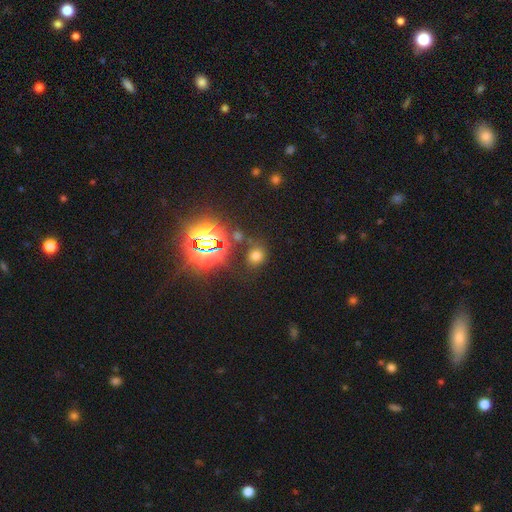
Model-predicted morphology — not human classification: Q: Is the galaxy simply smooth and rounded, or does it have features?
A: smooth — 60%.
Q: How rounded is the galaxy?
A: round — 75%.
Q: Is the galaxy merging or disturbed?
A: none — 79%.